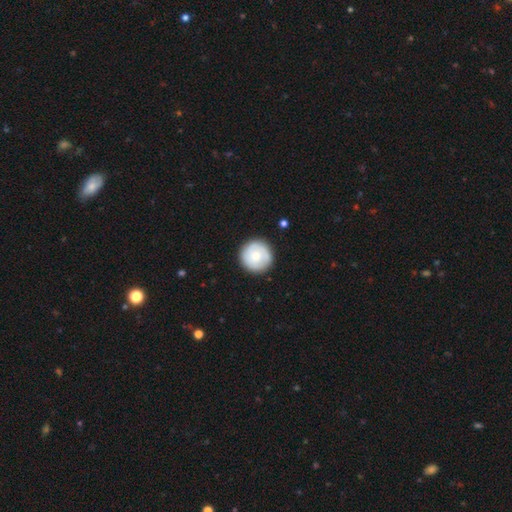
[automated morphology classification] type=smooth (70%); roundness=round (96%); merging=none (89%).